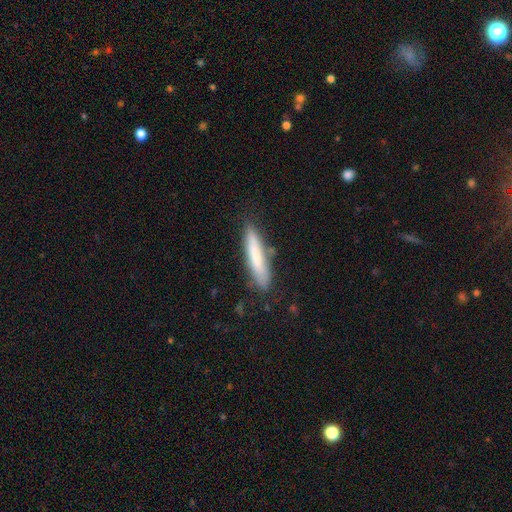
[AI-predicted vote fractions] smooth_or_featured: smooth (p=0.74) [alt: featured or disk p=0.20]
how_rounded: cigar-shaped (p=0.89) [alt: in between p=0.10]
merging: none (p=0.79) [alt: minor disturbance p=0.15]